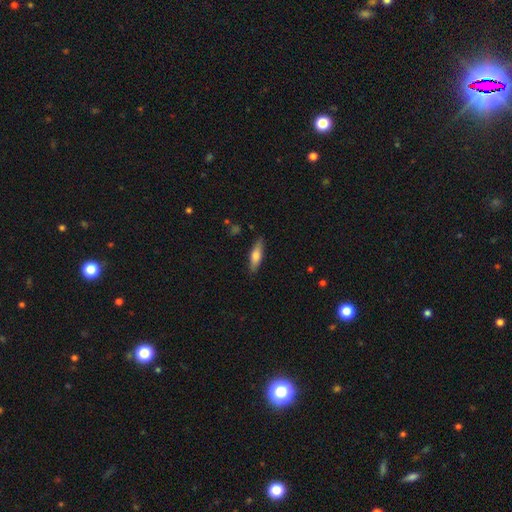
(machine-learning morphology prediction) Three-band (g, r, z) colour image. It shows a smooth galaxy with no disk features (67%) that is cigar-shaped (56%). Merging: none (87%).